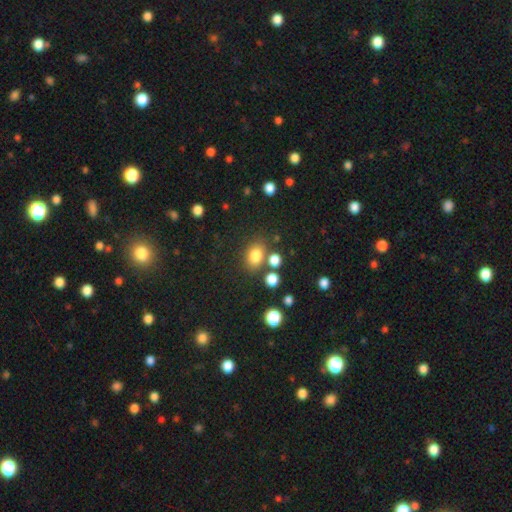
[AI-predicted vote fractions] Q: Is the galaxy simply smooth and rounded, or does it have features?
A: smooth — 79%.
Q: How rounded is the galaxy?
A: in between — 58%.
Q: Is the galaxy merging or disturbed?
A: none — 72%.